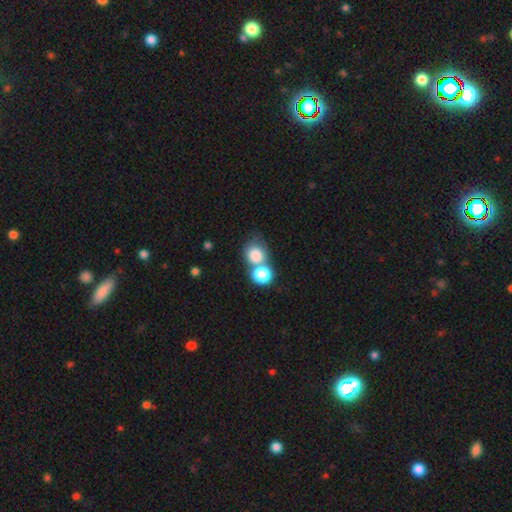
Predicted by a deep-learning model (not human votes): smooth 79%, featured or disk 11%, star or artifact 10%. Down the decision tree: how rounded — round (72%); merging — merger (59%).